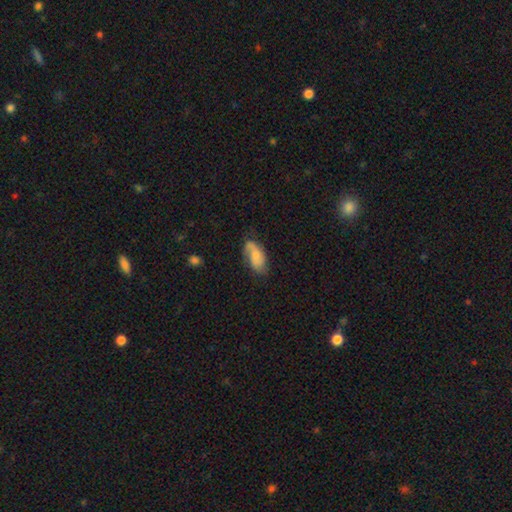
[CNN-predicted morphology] smooth 50%, featured or disk 43%, star or artifact 7%. Down the decision tree: how rounded — in between (90%); merging — none (56%).